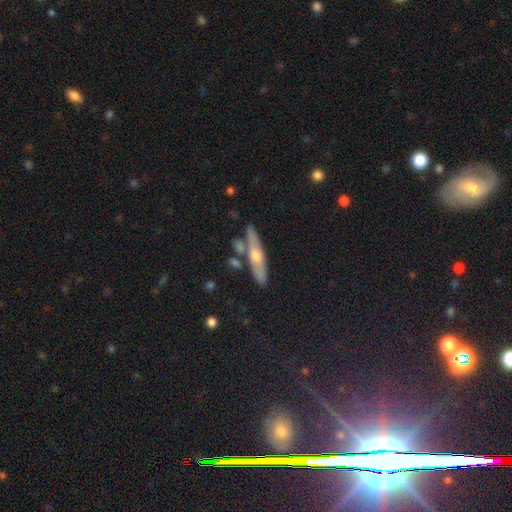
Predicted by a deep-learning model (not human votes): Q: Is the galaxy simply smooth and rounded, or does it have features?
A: featured or disk — 55%.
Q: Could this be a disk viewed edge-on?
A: yes — 79%.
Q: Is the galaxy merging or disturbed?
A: none — 74%.